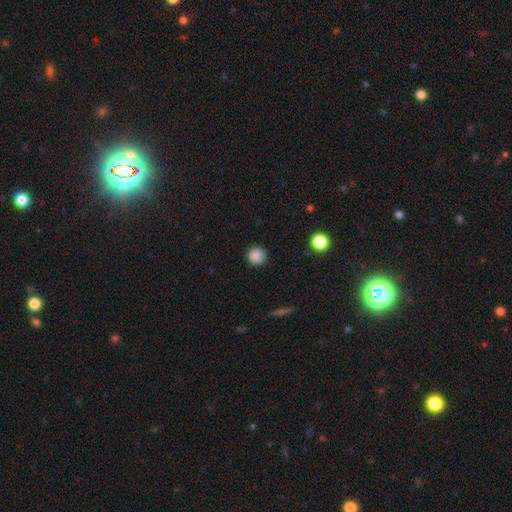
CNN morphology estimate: type=smooth (86%); roundness=round (92%); merging=none (88%).